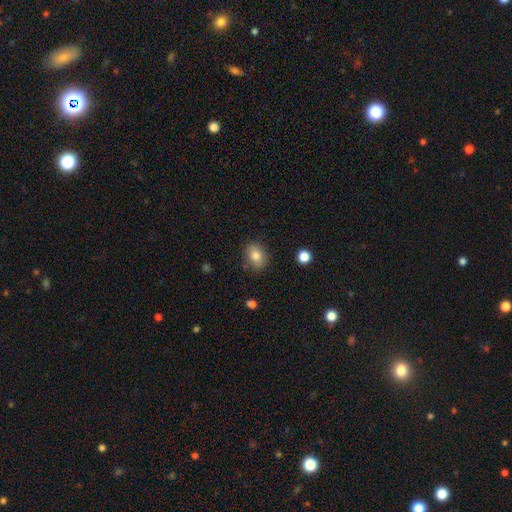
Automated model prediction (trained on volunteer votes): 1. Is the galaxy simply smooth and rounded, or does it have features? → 82% smooth, 9% star or artifact, 9% featured or disk.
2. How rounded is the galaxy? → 58% in between, 41% round, 1% cigar-shaped.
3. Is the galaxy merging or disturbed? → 83% none, 12% minor disturbance, 3% major disturbance, 2% merger.